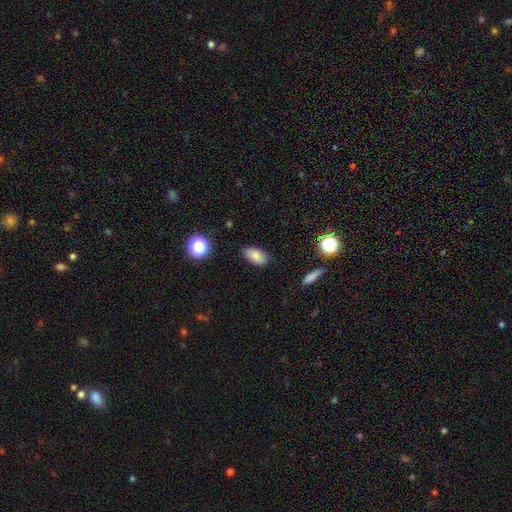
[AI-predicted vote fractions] smooth-or-featured: smooth: 82% | star or artifact: 10% | featured or disk: 8%
  how-rounded: in between: 91% | round: 6% | cigar-shaped: 3%
  merging: none: 82% | minor disturbance: 14% | major disturbance: 3% | merger: 1%